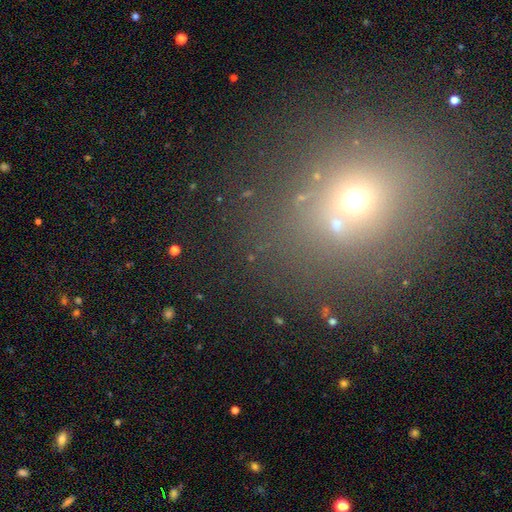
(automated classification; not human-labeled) Smooth or featured?
  - smooth: 44% * (tied)
  - star or artifact: 44% * (tied)
  - featured or disk: 12%
Merging?
  - none: 72% *
  - merger: 12%
  - minor disturbance: 10%
  - major disturbance: 6%